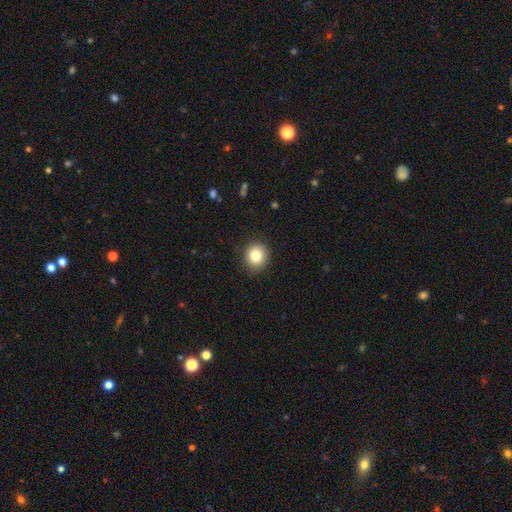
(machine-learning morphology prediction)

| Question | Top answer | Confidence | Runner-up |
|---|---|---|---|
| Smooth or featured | smooth | 84% | star or artifact (10%) |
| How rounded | round | 81% | in between (19%) |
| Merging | none | 89% | minor disturbance (8%) |